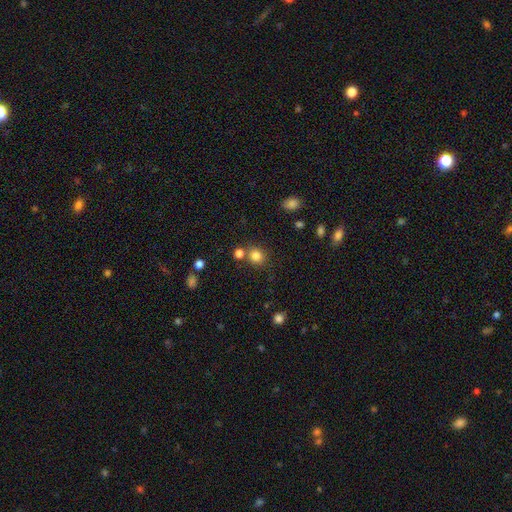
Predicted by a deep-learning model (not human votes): smooth_or_featured: smooth (p=0.82) [alt: star or artifact p=0.13]
how_rounded: round (p=0.79) [alt: in between p=0.20]
merging: none (p=0.73) [alt: merger p=0.14]